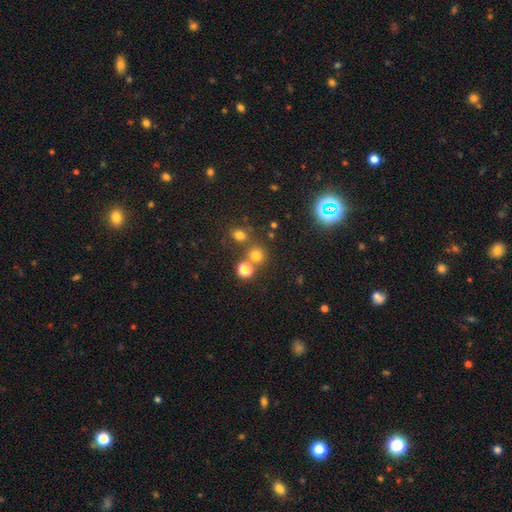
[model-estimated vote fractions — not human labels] A smooth galaxy with no disk features (71%) that is round (89%). Merging: none (70%).